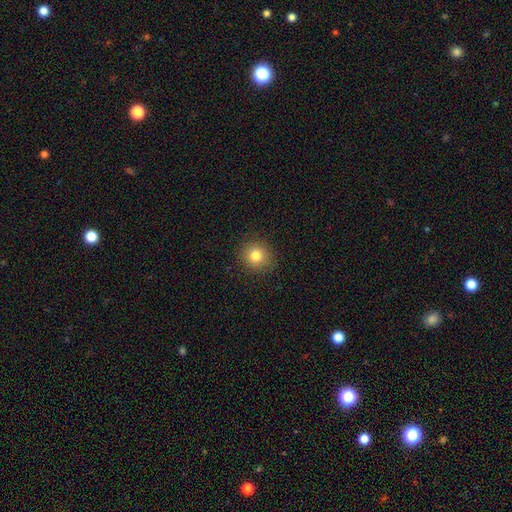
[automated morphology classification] Smooth or featured: smooth — 82% (star or artifact — 12%)
How rounded: round — 90% (in between — 9%)
Merging: none — 90% (minor disturbance — 6%)